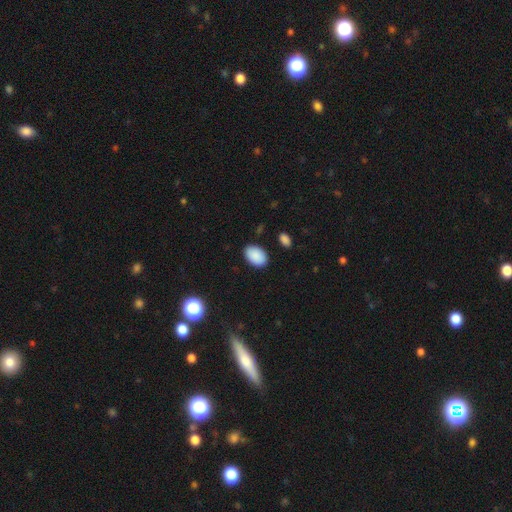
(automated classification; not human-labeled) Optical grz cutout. It shows a smooth galaxy with no disk features (90%) that is in between round and cigar-shaped (89%). Merging: none (88%).